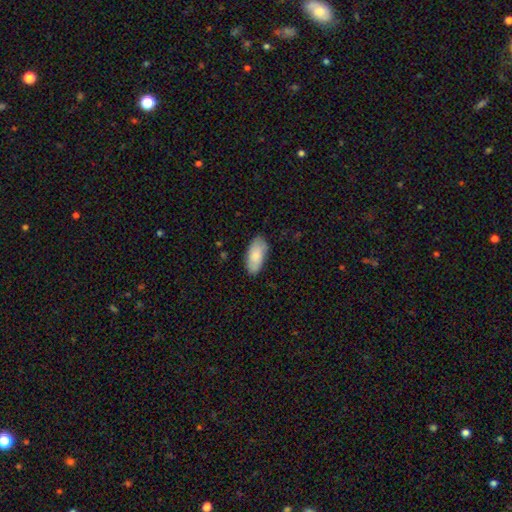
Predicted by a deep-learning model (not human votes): A smooth galaxy with no disk features (79%) that is in between round and cigar-shaped (91%).

Vote fractions:
- Smooth or featured? smooth: 79% / featured or disk: 15% / star or artifact: 6%
- How rounded? in between: 91% / cigar-shaped: 7% / round: 2%
- Merging? none: 80% / minor disturbance: 16% / major disturbance: 3% / merger: 1%